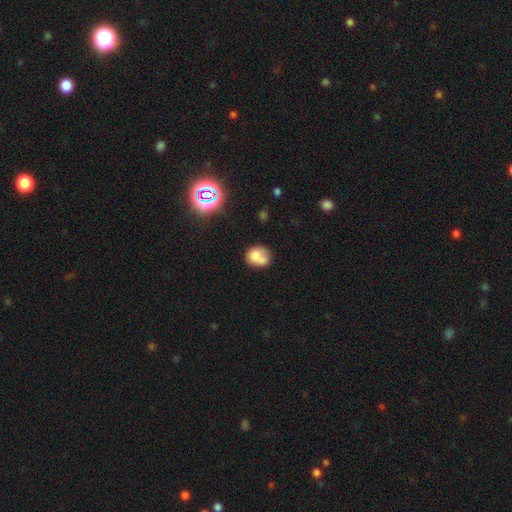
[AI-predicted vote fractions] A smooth galaxy with no disk features (69%) that is round (63%).

Vote fractions:
- Smooth or featured? smooth: 69% / featured or disk: 20% / star or artifact: 11%
- How rounded? round: 63% / in between: 36% / cigar-shaped: 1%
- Merging? merger: 39% / none: 37% / minor disturbance: 16% / major disturbance: 7%